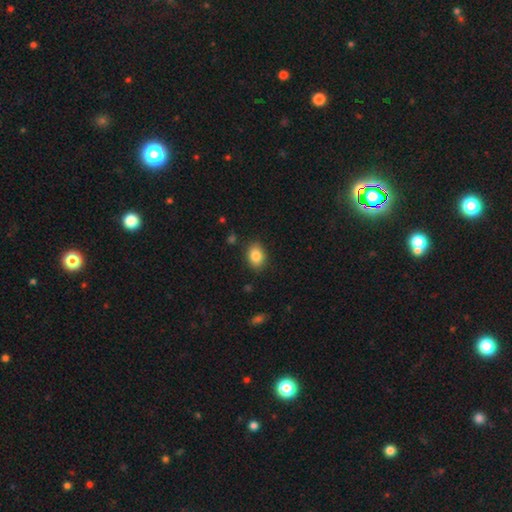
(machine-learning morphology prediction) This is clearly a smooth galaxy (85%). How rounded: likely in between (71%). Merging: clearly none (86%).